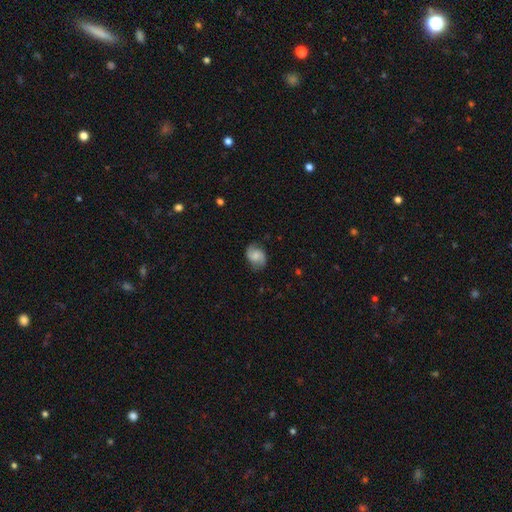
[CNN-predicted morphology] smooth-or-featured: featured or disk: 55% | smooth: 37% | star or artifact: 8%
  disk-edge-on: no: 97% | yes: 3%
    bar: no: 56% | weak: 37% | strong: 7%
    has-spiral-arms: yes: 93% | no: 7%
    bulge-size: moderate: 38% | small: 34% | none: 17% | large: 9% | dominant: 2%
  merging: none: 77% | minor disturbance: 17% | major disturbance: 5% | merger: 1%